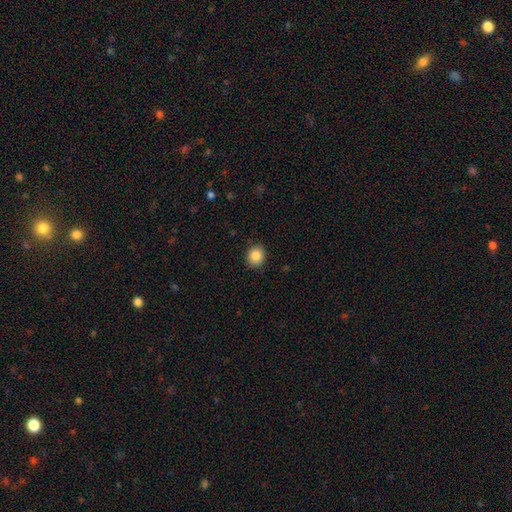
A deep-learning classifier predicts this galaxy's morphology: Smooth or featured? Predicted: smooth (p=0.87). How rounded? Predicted: round (p=0.76). Merging? Predicted: none (p=0.88).